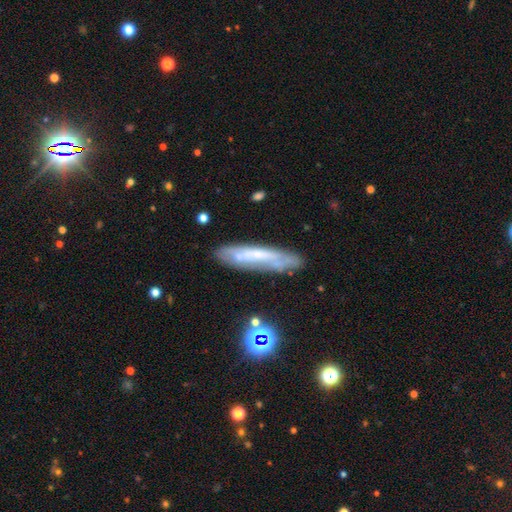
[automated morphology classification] This is possibly a featured or disk galaxy (51%). It is possibly viewed edge-on (56%). Merging: likely none (74%).